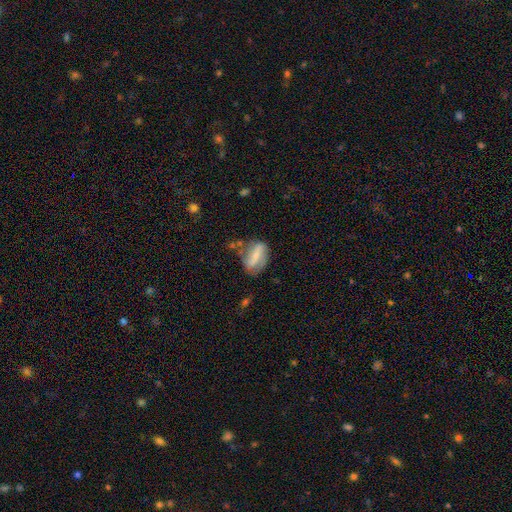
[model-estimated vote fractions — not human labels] Smooth or featured?
  - featured or disk: 57% *
  - smooth: 35%
  - star or artifact: 8%
Edge-on disk?
  - no: 91% *
  - yes: 9%
Bar?
  - strong: 57% *
  - weak: 26%
  - no: 17%
Spiral arms?
  - yes: 67% *
  - no: 33%
Bulge size?
  - small: 54% *
  - moderate: 23%
  - none: 18%
  - large: 3%
  - dominant: 1%
Merging?
  - none: 52% *
  - minor disturbance: 27%
  - major disturbance: 14%
  - merger: 6%